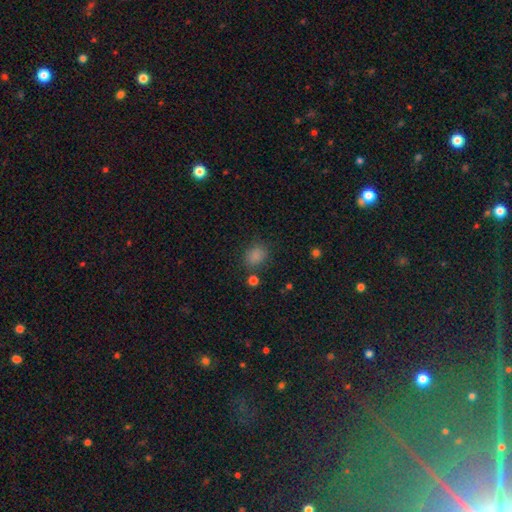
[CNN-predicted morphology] Q: Smooth or featured?
A: smooth (82%); runner-up: star or artifact (13%)
Q: How rounded?
A: in between (51%); runner-up: round (48%)
Q: Merging?
A: none (77%); runner-up: minor disturbance (14%)